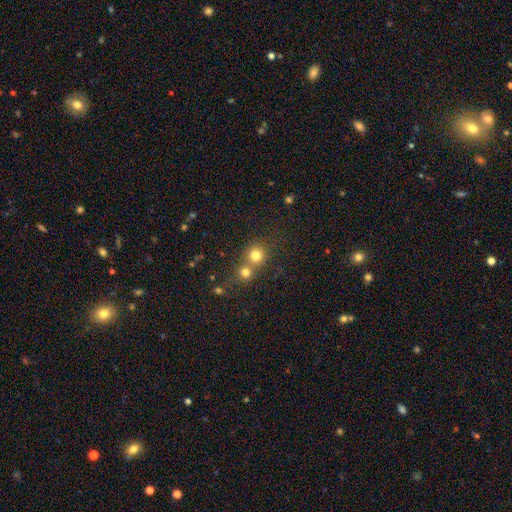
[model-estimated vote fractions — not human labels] This appears to be a smooth galaxy with no disk features (78%) that is round (89%). Merging: none (49%).